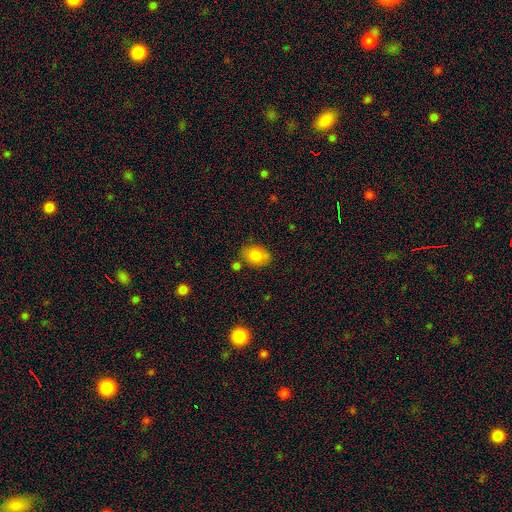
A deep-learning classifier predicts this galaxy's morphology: smooth-or-featured: smooth: 83% | featured or disk: 9% | star or artifact: 8%
  how-rounded: in between: 74% | round: 25% | cigar-shaped: 1%
  merging: none: 74% | minor disturbance: 16% | merger: 6% | major disturbance: 4%